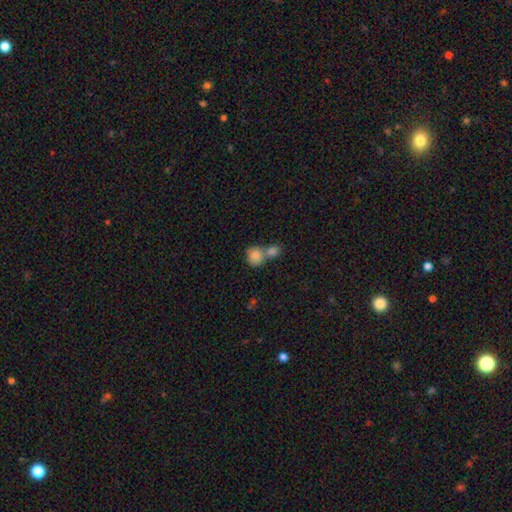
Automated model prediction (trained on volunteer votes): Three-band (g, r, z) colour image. It shows a smooth galaxy with no disk features (85%) that is round (79%). Merging: merger (56%).